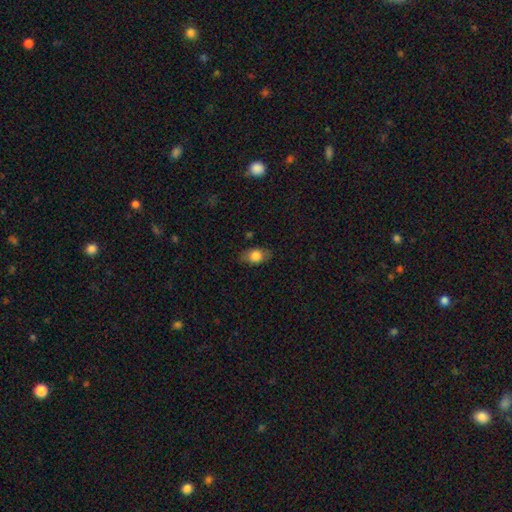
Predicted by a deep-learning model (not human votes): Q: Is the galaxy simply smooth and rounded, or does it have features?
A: smooth — 77%.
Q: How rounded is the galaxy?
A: in between — 85%.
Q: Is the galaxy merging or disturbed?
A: none — 83%.